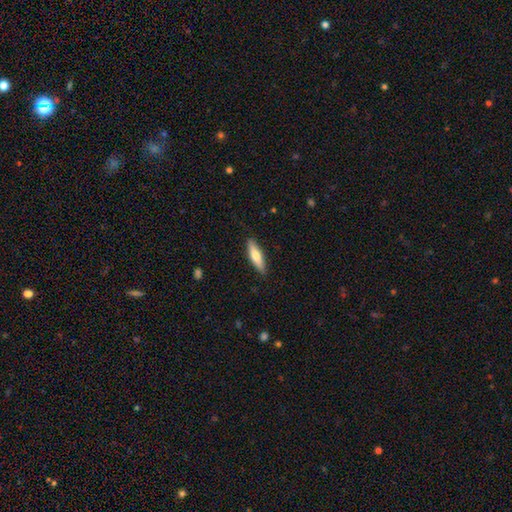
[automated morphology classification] Q: Smooth or featured?
A: smooth (65%); runner-up: featured or disk (30%)
Q: How rounded?
A: cigar-shaped (65%); runner-up: in between (33%)
Q: Merging?
A: none (89%); runner-up: minor disturbance (9%)